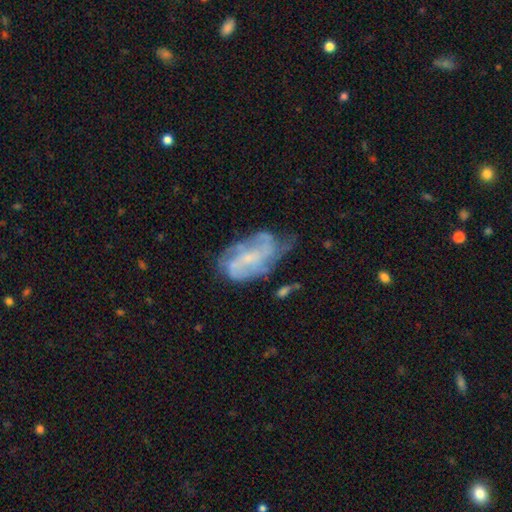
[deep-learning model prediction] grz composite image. It shows a featured or disk galaxy (76%) with no bar (52%), medium (42%) spiral arms (84%) and a small central bulge (63%). Merging: none (48%).